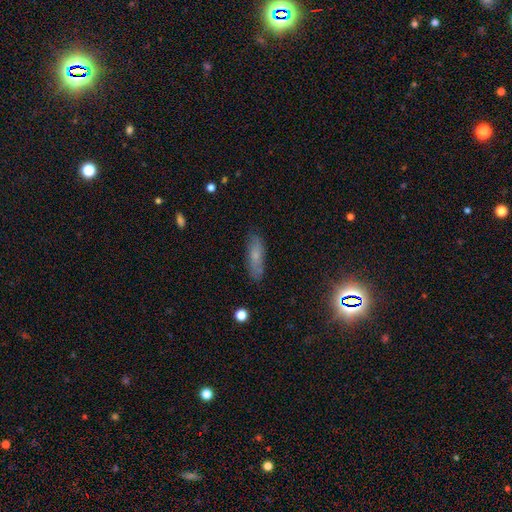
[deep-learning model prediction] Smooth or featured? Predicted: smooth (p=0.65). How rounded? Predicted: cigar-shaped (p=0.49). Merging? Predicted: none (p=0.80).